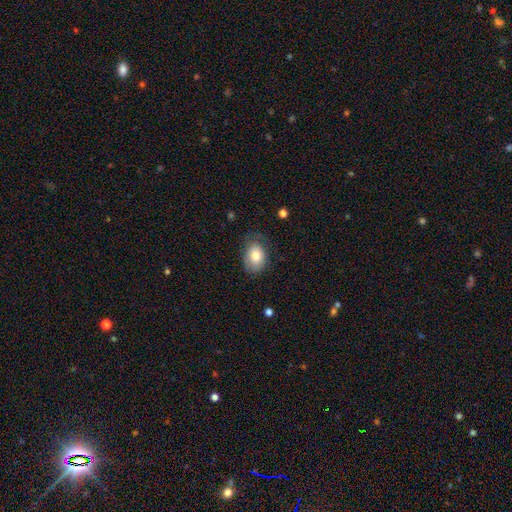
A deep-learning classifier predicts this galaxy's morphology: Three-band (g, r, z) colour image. It shows a smooth galaxy with no disk features (77%) that is in between round and cigar-shaped (74%). Merging: none (65%).